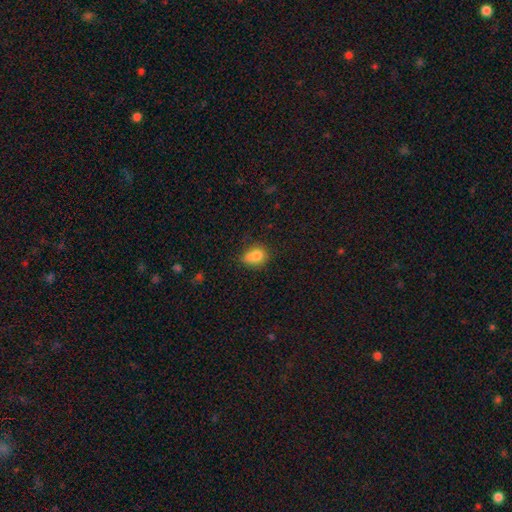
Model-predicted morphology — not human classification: This is likely a smooth galaxy (80%). How rounded: likely in between (61%). Merging: possibly none (49%).